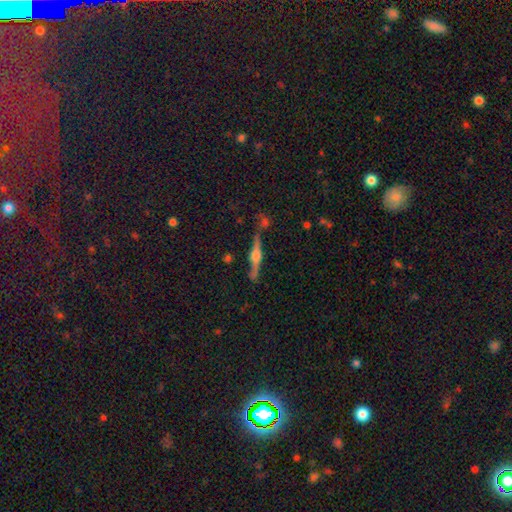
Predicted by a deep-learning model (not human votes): Smooth or featured: featured or disk — 80% (smooth — 13%)
Edge-on disk: yes — 96% (no — 4%)
Edge-on bulge: rounded — 91% (boxy — 7%)
Merging: none — 76% (minor disturbance — 14%)